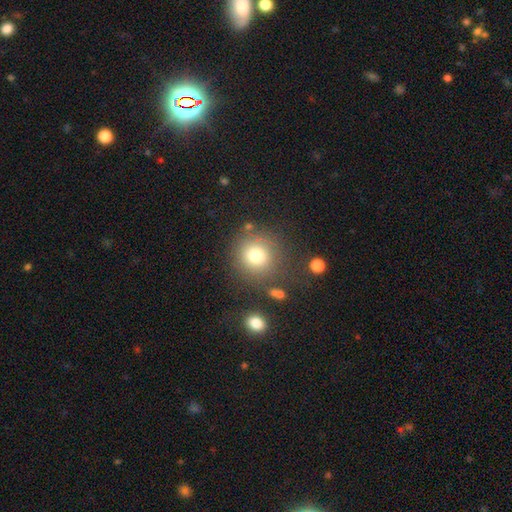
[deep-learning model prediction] A smooth galaxy with no disk features (78%) that is round (91%).

Vote fractions:
- Smooth or featured? smooth: 78% / star or artifact: 12% / featured or disk: 10%
- How rounded? round: 91% / in between: 8% / cigar-shaped: 1%
- Merging? none: 77% / minor disturbance: 11% / merger: 6% / major disturbance: 6%